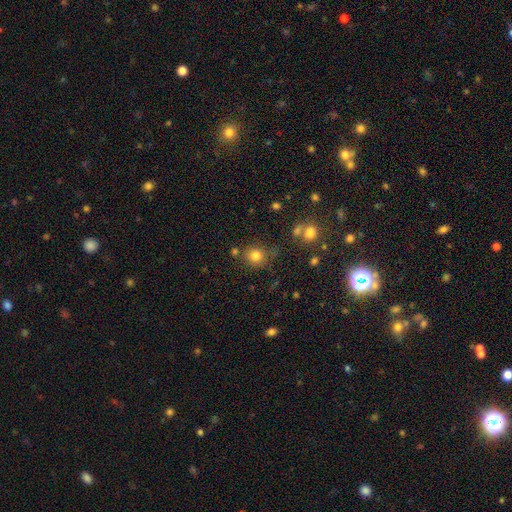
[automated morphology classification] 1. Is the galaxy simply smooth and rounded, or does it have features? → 79% smooth, 14% star or artifact, 7% featured or disk.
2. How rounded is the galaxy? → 85% round, 14% in between, 1% cigar-shaped.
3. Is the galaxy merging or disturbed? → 75% none, 12% minor disturbance, 8% merger, 5% major disturbance.